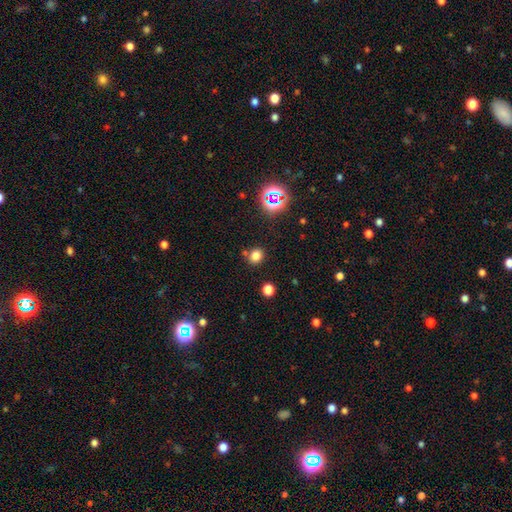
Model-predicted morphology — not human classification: smooth_or_featured: smooth (p=0.76) [alt: star or artifact p=0.18]
how_rounded: round (p=0.71) [alt: in between p=0.28]
merging: none (p=0.77) [alt: merger p=0.10]